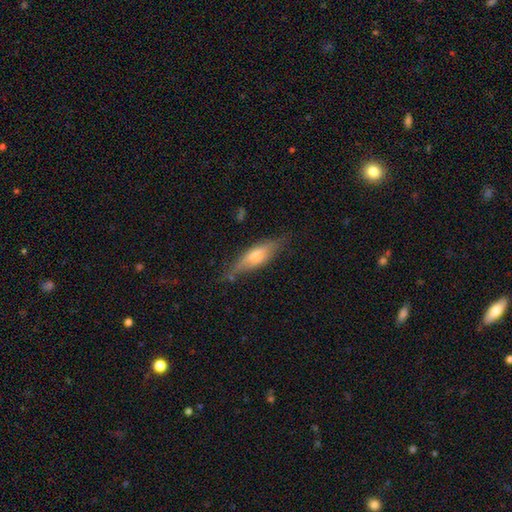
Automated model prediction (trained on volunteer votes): Smooth or featured: featured or disk — 47% (smooth — 46%)
Merging: none — 70% (minor disturbance — 22%)